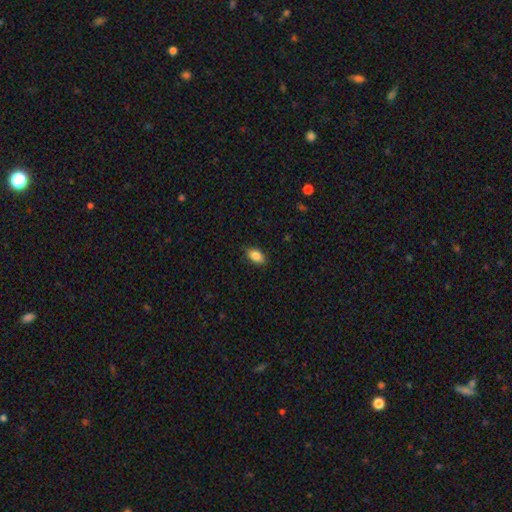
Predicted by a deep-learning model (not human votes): Morphology: type=smooth (86%); roundness=in between (90%); merging=none (85%).